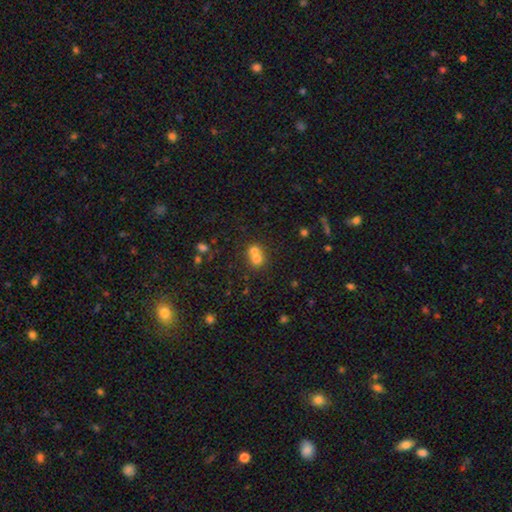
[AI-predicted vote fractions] A smooth galaxy with no disk features (68%) that is round (71%).

Vote fractions:
- Smooth or featured? smooth: 68% / featured or disk: 18% / star or artifact: 14%
- How rounded? round: 71% / in between: 28% / cigar-shaped: 1%
- Merging? merger: 66% / none: 26% / minor disturbance: 5% / major disturbance: 3%